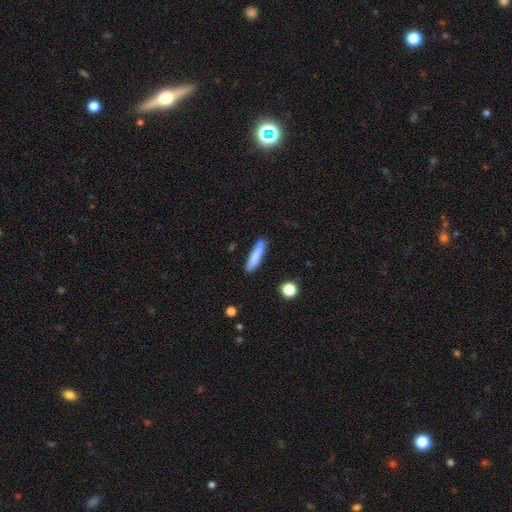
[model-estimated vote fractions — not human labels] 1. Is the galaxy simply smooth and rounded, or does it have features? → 79% smooth, 14% featured or disk, 7% star or artifact.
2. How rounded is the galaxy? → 85% cigar-shaped, 14% in between, 2% round.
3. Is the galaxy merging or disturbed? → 77% none, 15% minor disturbance, 5% merger, 3% major disturbance.